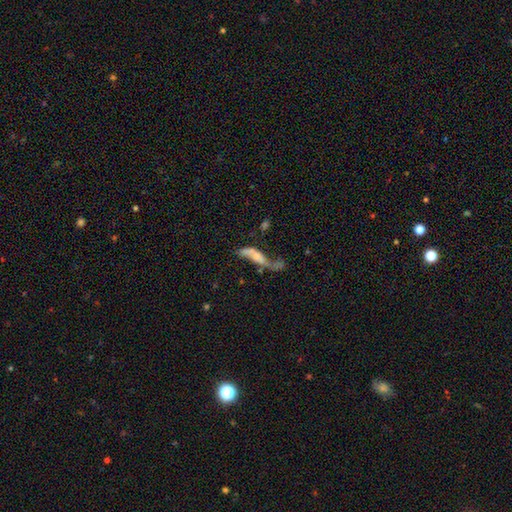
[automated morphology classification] Smooth or featured? featured or disk (59%)
Edge-on disk? no (79%)
Merging? major disturbance (36%)